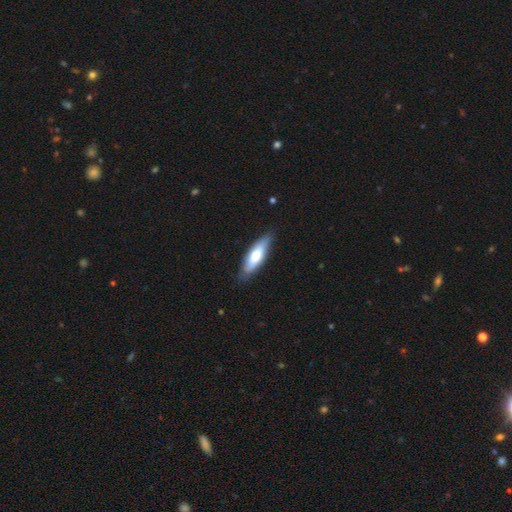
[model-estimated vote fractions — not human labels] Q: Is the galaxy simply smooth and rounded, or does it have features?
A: smooth — 64%.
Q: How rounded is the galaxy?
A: cigar-shaped — 50%.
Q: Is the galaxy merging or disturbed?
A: none — 80%.